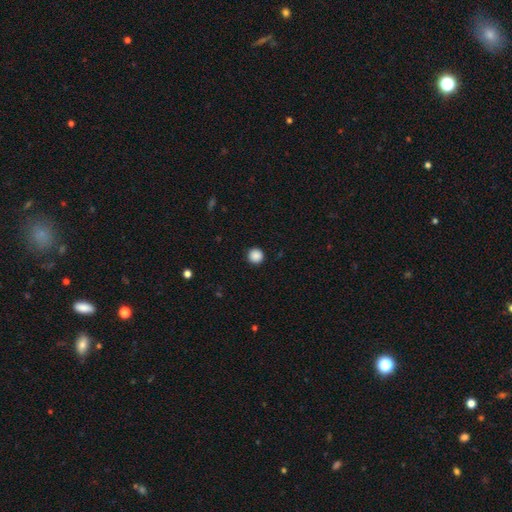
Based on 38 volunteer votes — Volunteers were most divided on "merging": none: 91%, minor disturbance: 9%, major disturbance: 0%, merger: 0%. More confident: how rounded — round (100%); smooth or featured — smooth (92%).